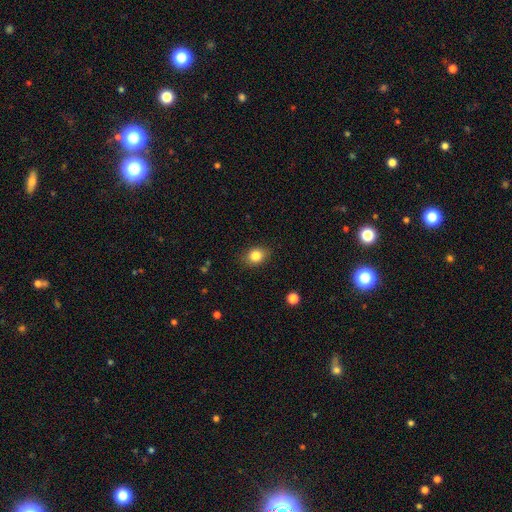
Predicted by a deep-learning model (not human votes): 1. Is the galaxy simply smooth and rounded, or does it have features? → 84% smooth, 10% star or artifact, 6% featured or disk.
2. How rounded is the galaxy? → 52% in between, 47% round, 1% cigar-shaped.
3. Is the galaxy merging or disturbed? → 84% none, 12% minor disturbance, 3% major disturbance, 1% merger.